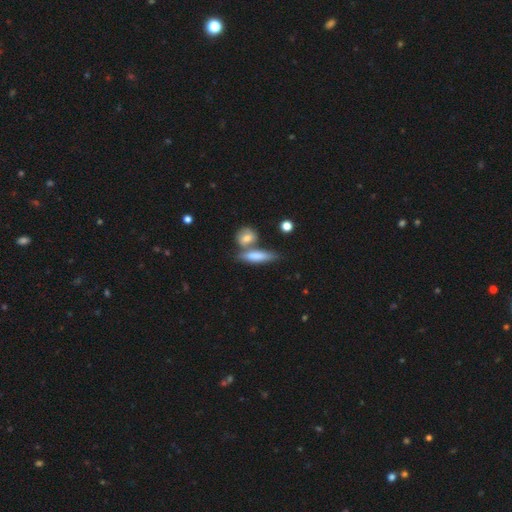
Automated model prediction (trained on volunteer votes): Morphology: type=smooth (72%); roundness=cigar-shaped (61%); merging=none (54%).